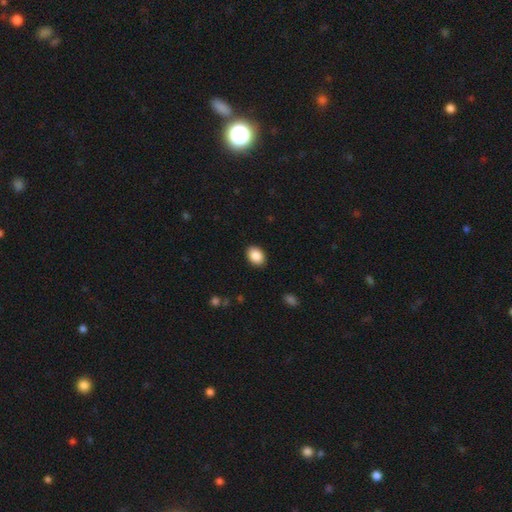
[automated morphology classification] Q: Smooth or featured?
A: smooth (89%); runner-up: star or artifact (7%)
Q: How rounded?
A: in between (77%); runner-up: round (22%)
Q: Merging?
A: none (90%); runner-up: minor disturbance (7%)